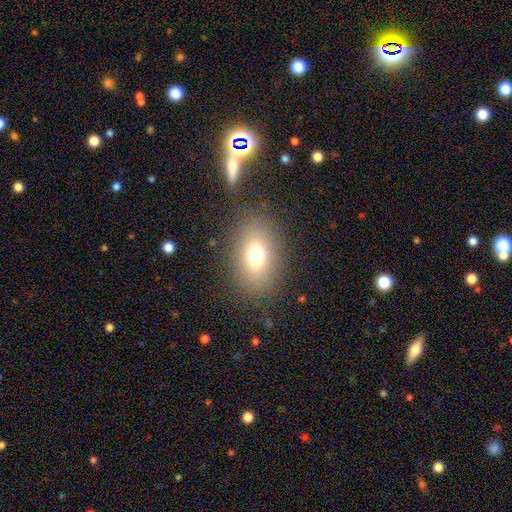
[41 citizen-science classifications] Morphology: type=smooth (90%); roundness=in between (78%); merging=none (78%).